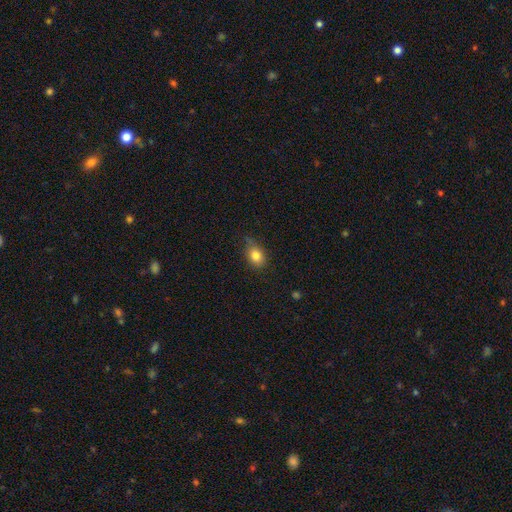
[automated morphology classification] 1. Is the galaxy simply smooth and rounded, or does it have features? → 82% smooth, 10% star or artifact, 9% featured or disk.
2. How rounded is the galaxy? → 69% in between, 29% round, 2% cigar-shaped.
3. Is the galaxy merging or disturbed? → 66% none, 27% minor disturbance, 5% major disturbance, 1% merger.